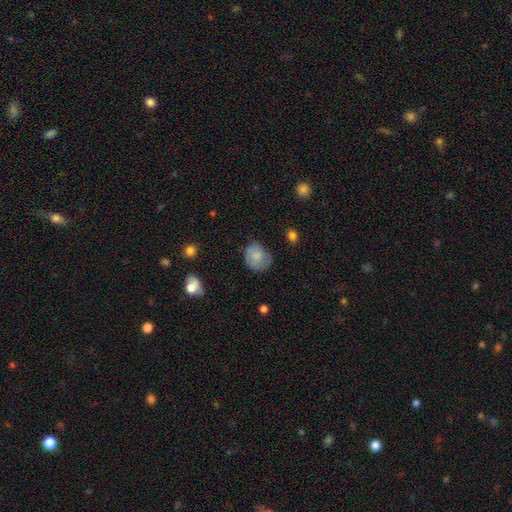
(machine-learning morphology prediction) smooth-or-featured: smooth: 77% | featured or disk: 16% | star or artifact: 8%
  how-rounded: round: 65% | in between: 34% | cigar-shaped: 1%
  merging: none: 60% | minor disturbance: 29% | major disturbance: 10% | merger: 2%